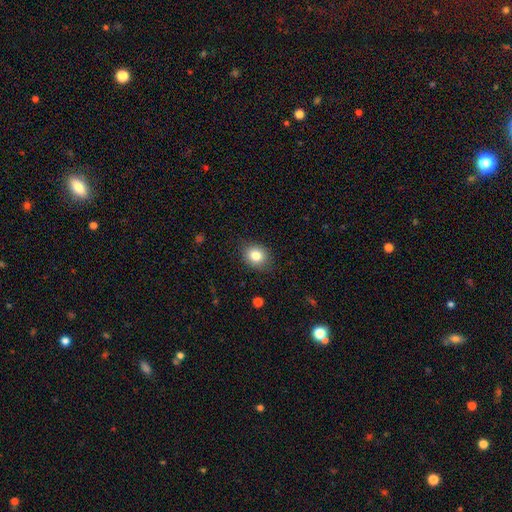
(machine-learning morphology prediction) This is clearly a smooth galaxy (82%). How rounded: likely round (62%). Merging: clearly none (82%).